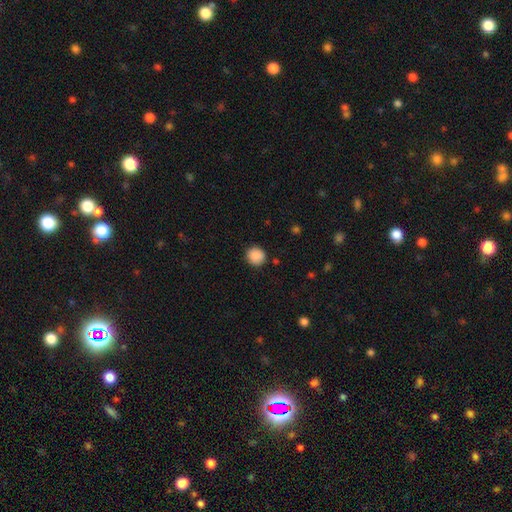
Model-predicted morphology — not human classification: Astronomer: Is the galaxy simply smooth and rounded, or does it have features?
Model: smooth — 89%.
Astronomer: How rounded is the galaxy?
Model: round — 91%.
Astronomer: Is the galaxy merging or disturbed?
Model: none — 89%.